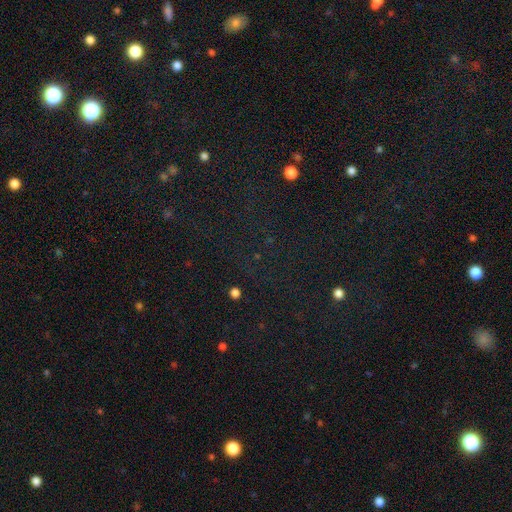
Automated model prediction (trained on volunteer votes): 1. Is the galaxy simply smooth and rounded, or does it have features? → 73% star or artifact, 17% smooth, 9% featured or disk.